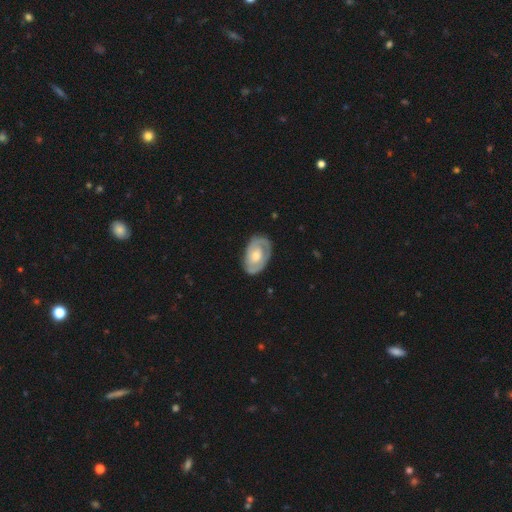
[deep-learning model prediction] A featured or disk galaxy (67%) with no bar (72%), spiral arms (72%) and a moderate central bulge (61%).

Vote fractions:
- Smooth or featured? featured or disk: 67% / smooth: 28% / star or artifact: 5%
- Edge-on disk? no: 95% / yes: 5%
- Bar? no: 72% / weak: 23% / strong: 4%
- Spiral arms? yes: 72% / no: 28%
- Bulge size? moderate: 61% / small: 22% / large: 12% / none: 2% / dominant: 1%
- Merging? none: 79% / minor disturbance: 16% / major disturbance: 5% / merger: 1%